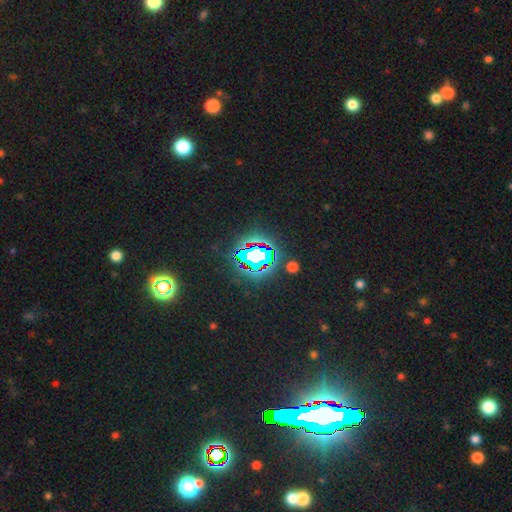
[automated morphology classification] Overall: star or artifact (68%).